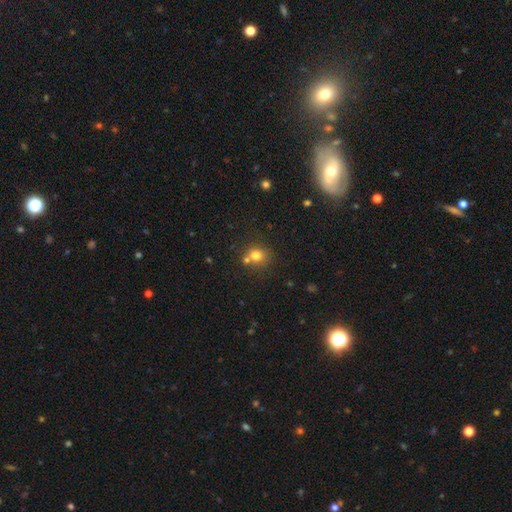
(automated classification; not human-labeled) Overall: smooth (75%). How rounded: round (79%). Merging: none (58%; merger 28%).